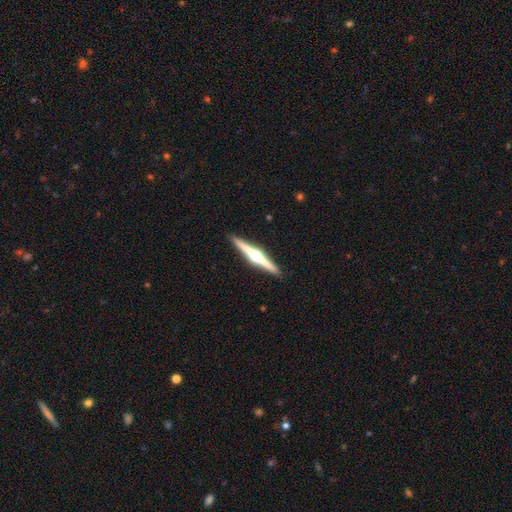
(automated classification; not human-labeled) smooth_or_featured: featured or disk (p=0.81) [alt: smooth p=0.14]
disk_edge_on: yes (p=0.99) [alt: no p=0.01]
edge_on_bulge: rounded (p=0.95) [alt: boxy p=0.03]
merging: none (p=0.92) [alt: minor disturbance p=0.06]